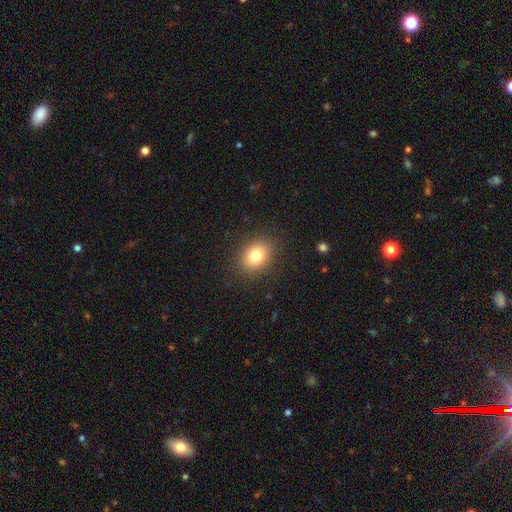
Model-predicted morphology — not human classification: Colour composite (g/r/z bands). It shows a smooth galaxy with no disk features (80%) that is in between round and cigar-shaped (53%). Merging: none (88%).